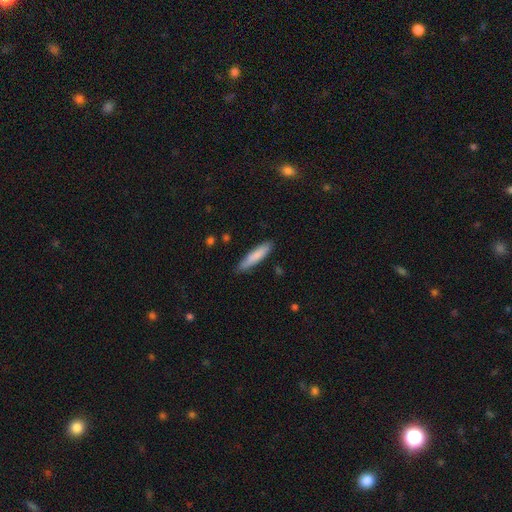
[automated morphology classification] smooth-or-featured: smooth: 81% | featured or disk: 13% | star or artifact: 6%
  how-rounded: cigar-shaped: 83% | in between: 16% | round: 1%
  merging: none: 85% | minor disturbance: 12% | major disturbance: 2% | merger: 1%